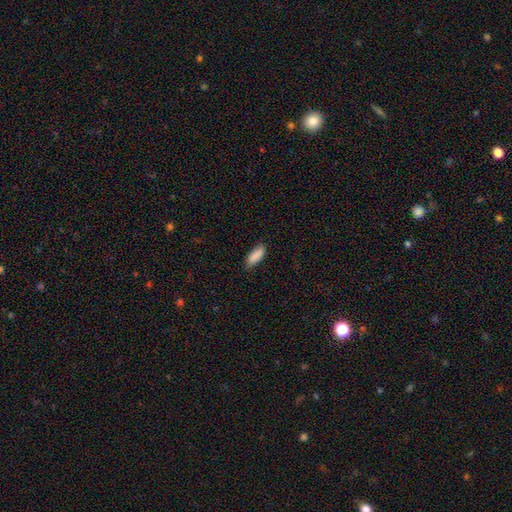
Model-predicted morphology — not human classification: The model was most divided on "how rounded": in between: 76%, cigar-shaped: 23%, round: 2%. More confident: smooth or featured — smooth (89%); merging — none (81%).